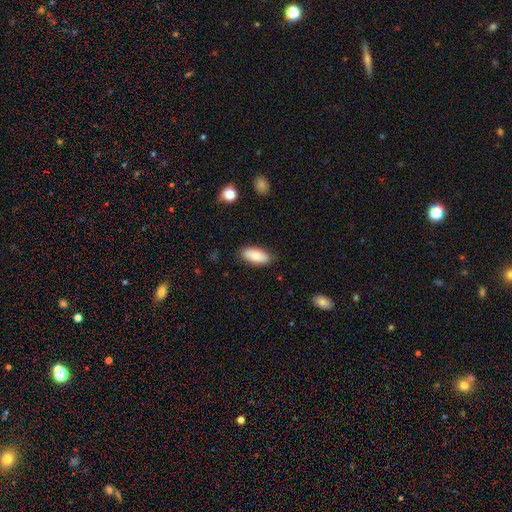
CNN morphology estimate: This appears to be a smooth galaxy with no disk features (79%) that is in between round and cigar-shaped (89%). Merging: none (82%).